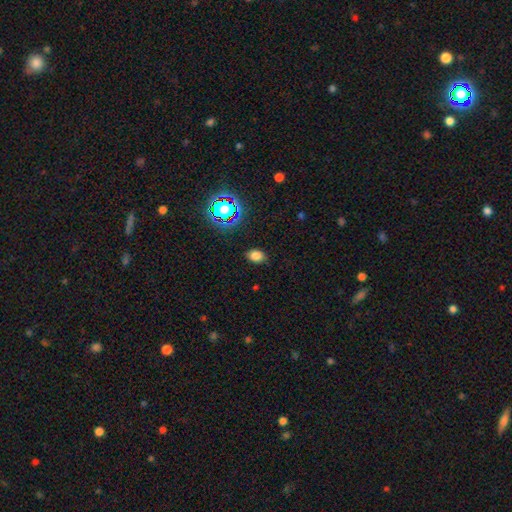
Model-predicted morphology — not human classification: Smooth or featured: smooth — 75% (star or artifact — 18%)
How rounded: in between — 76% (round — 22%)
Merging: none — 84% (minor disturbance — 11%)